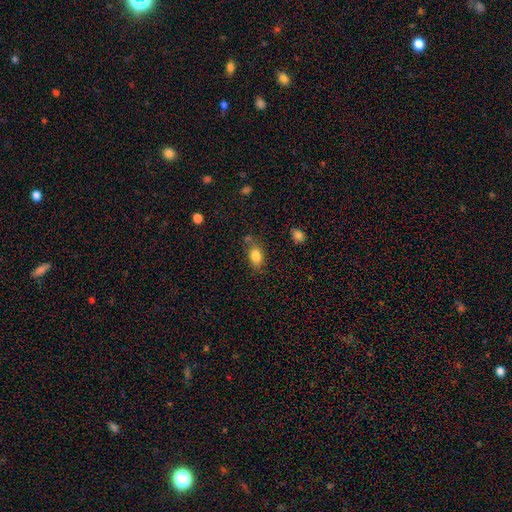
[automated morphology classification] Smooth or featured: smooth — 84% (star or artifact — 9%)
How rounded: in between — 84% (round — 14%)
Merging: none — 70% (minor disturbance — 17%)